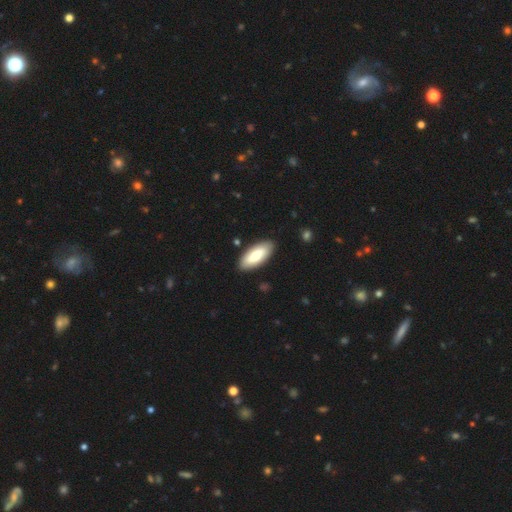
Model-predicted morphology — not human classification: Q: Smooth or featured?
A: smooth (70%); runner-up: featured or disk (25%)
Q: How rounded?
A: in between (87%); runner-up: cigar-shaped (11%)
Q: Merging?
A: none (89%); runner-up: minor disturbance (8%)